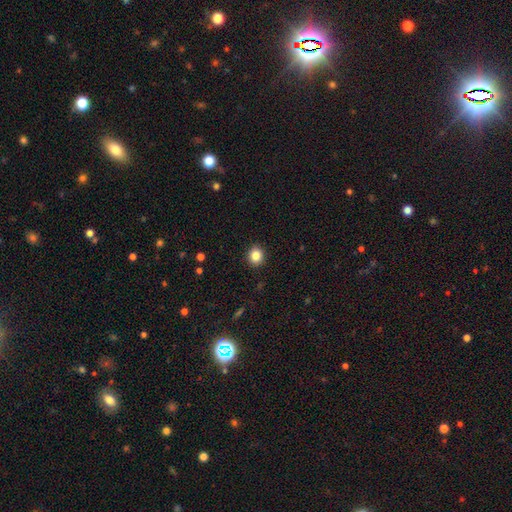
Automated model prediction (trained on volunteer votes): A smooth galaxy with no disk features (84%) that is round (83%). Merging: none (92%).